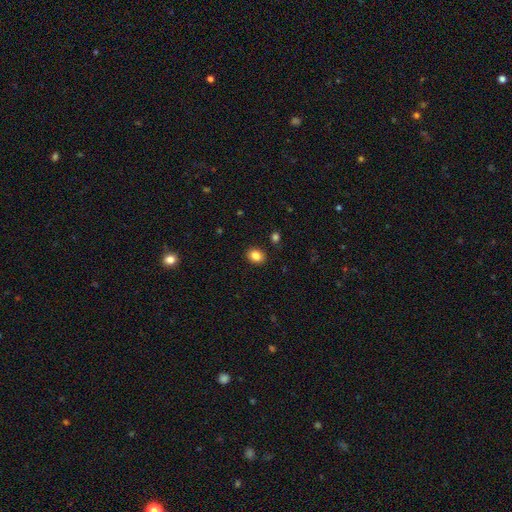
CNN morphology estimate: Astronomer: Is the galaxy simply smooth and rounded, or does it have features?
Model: smooth — 86%.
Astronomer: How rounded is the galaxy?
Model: in between — 57% (runner-up: round, 42%).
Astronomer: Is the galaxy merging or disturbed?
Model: none — 89%.